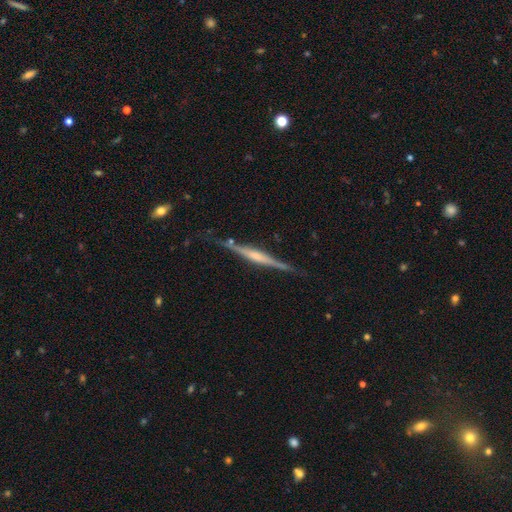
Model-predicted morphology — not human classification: Overall: featured or disk (79%). Edge-on disk: yes (98%). Edge-on bulge: rounded (50%; boxy 28%). Merging: none (80%).